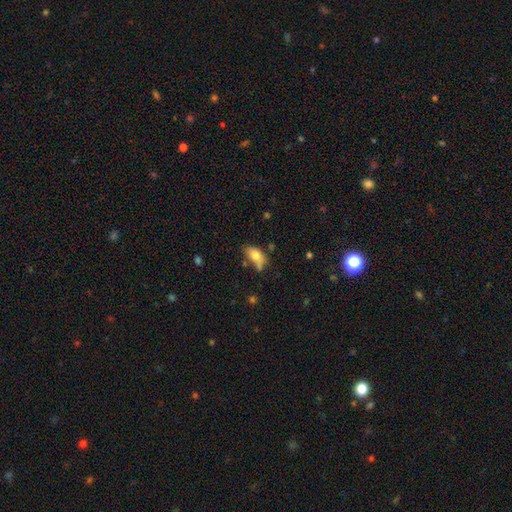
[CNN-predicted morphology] Overall: smooth (75%). How rounded: in between (87%). Merging: none (45%; minor disturbance 29%).